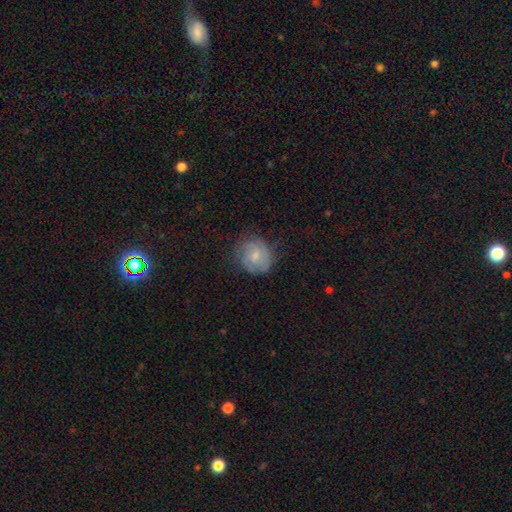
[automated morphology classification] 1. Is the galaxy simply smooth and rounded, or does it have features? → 50% featured or disk, 43% smooth, 7% star or artifact.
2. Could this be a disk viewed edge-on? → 98% no, 2% yes.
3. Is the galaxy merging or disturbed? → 71% none, 21% minor disturbance, 7% major disturbance, 1% merger.